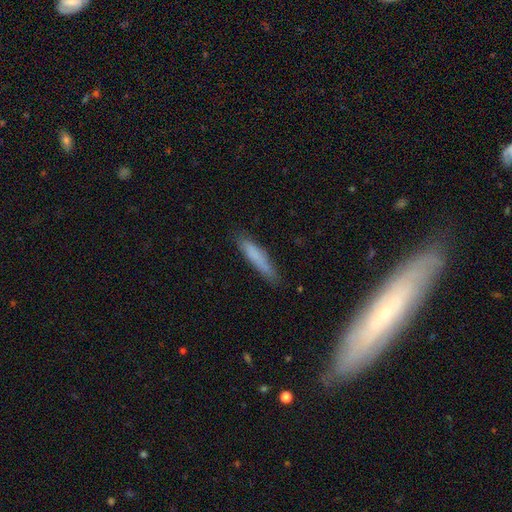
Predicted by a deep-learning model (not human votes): smooth-or-featured: smooth: 77% | featured or disk: 16% | star or artifact: 7%
  how-rounded: cigar-shaped: 89% | in between: 10% | round: 1%
  merging: none: 81% | minor disturbance: 14% | major disturbance: 3% | merger: 2%